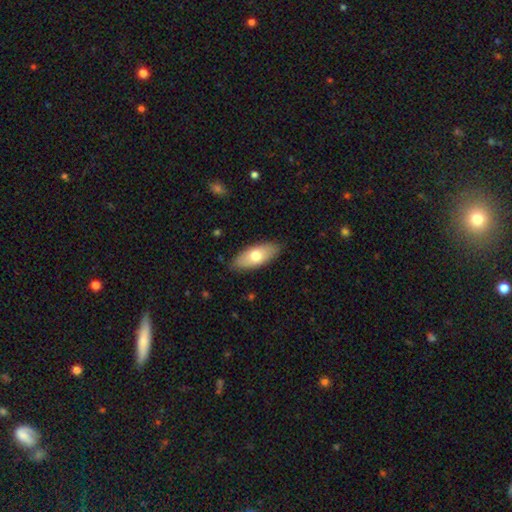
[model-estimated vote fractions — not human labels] smooth 70%, featured or disk 25%, star or artifact 6%. Down the decision tree: how rounded — in between (80%); merging — none (86%).